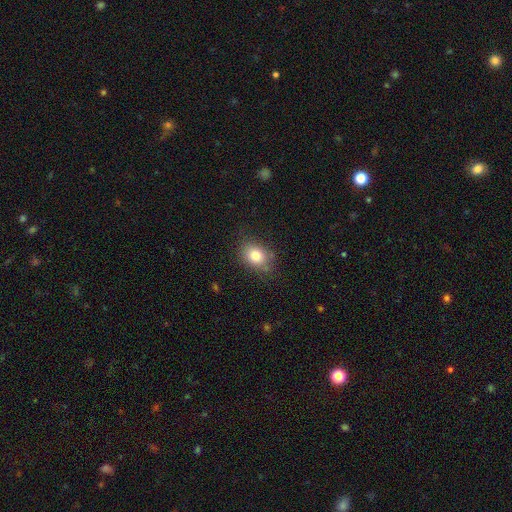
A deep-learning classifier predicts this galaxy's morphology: smooth_or_featured: smooth (p=0.79) [alt: star or artifact p=0.10]
how_rounded: in between (p=0.60) [alt: round p=0.39]
merging: none (p=0.75) [alt: minor disturbance p=0.19]